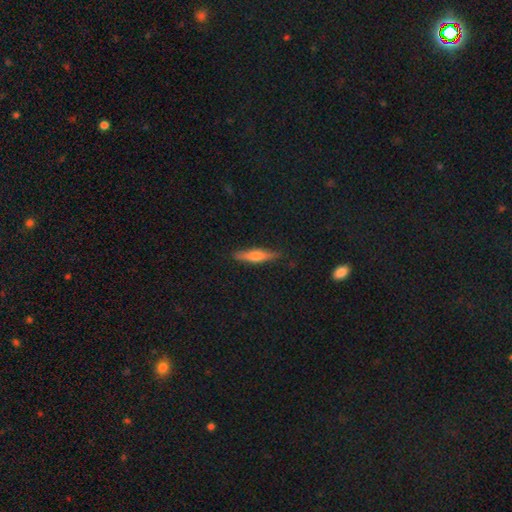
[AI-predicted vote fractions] Smooth or featured? Predicted: smooth (p=0.47). Merging? Predicted: none (p=0.87).